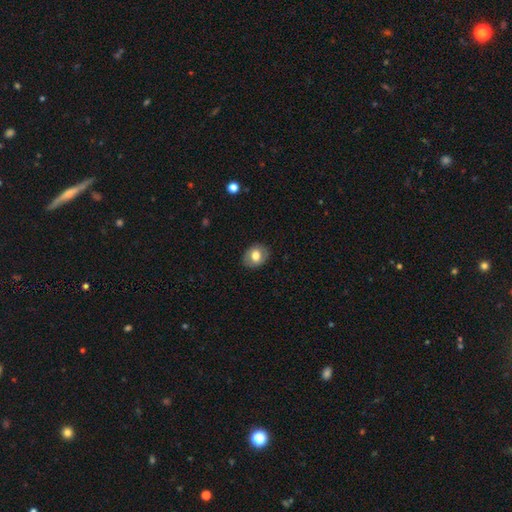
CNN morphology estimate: smooth-or-featured: smooth: 70% | featured or disk: 22% | star or artifact: 8%
  how-rounded: in between: 52% | round: 47% | cigar-shaped: 1%
  merging: none: 85% | minor disturbance: 12% | major disturbance: 3% | merger: 1%